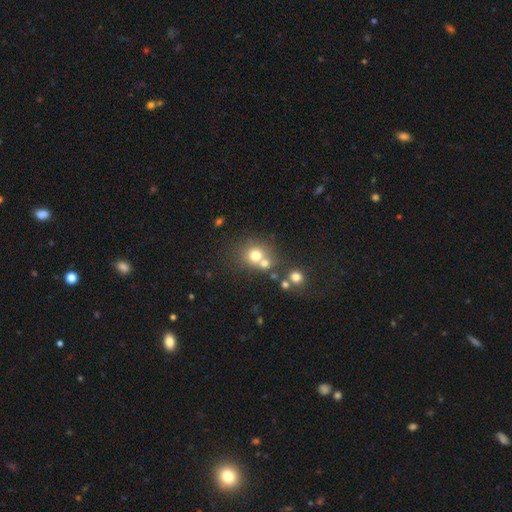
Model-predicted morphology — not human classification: Smooth or featured: smooth — 71% (star or artifact — 15%)
How rounded: round — 82% (in between — 17%)
Merging: none — 51% (merger — 37%)